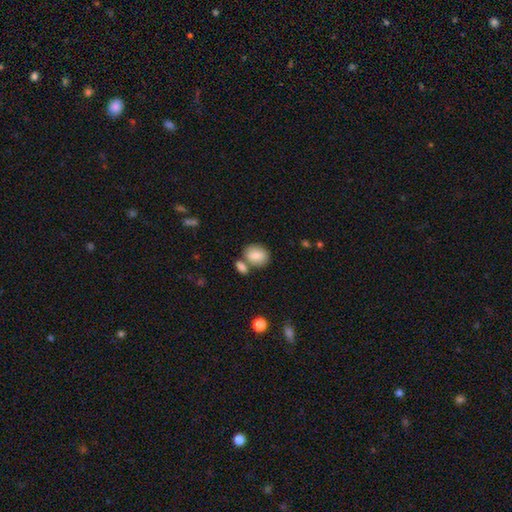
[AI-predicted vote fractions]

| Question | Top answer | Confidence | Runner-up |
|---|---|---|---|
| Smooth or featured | smooth | 84% | featured or disk (9%) |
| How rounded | in between | 54% | round (44%) |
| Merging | none | 57% | merger (27%) |